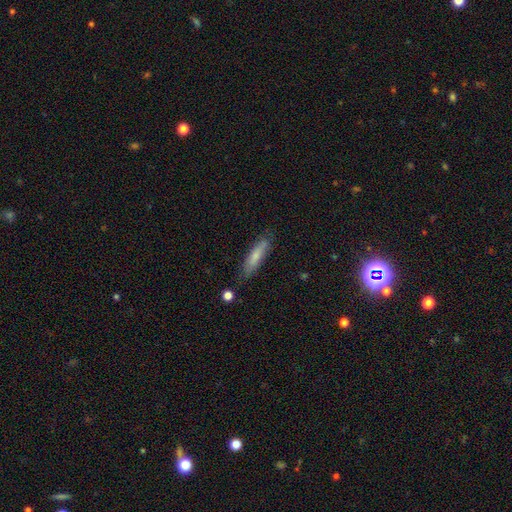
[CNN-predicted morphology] Smooth or featured?
  - smooth: 72% *
  - featured or disk: 22%
  - star or artifact: 6%
How rounded?
  - cigar-shaped: 78% *
  - in between: 21%
  - round: 2%
Merging?
  - none: 78% *
  - minor disturbance: 16%
  - major disturbance: 3%
  - merger: 2%